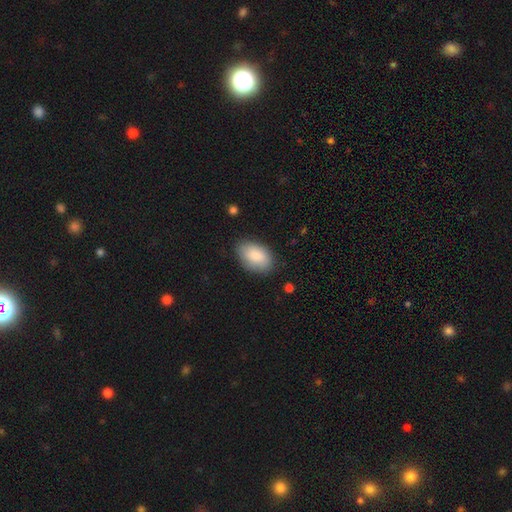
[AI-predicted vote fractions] This appears to be a smooth galaxy with no disk features (87%) that is in between round and cigar-shaped (93%). Merging: none (81%).